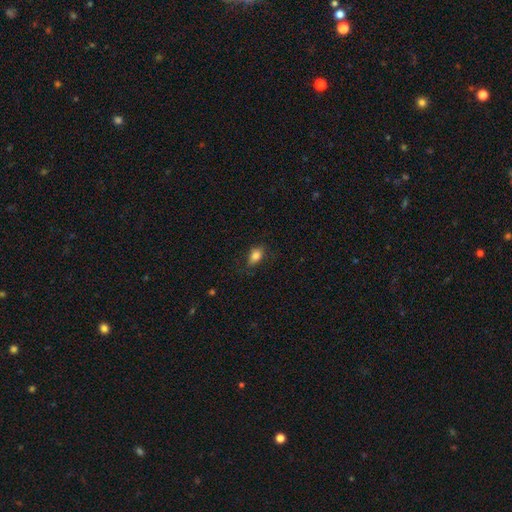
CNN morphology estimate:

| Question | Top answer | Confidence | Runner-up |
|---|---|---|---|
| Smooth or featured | smooth | 82% | star or artifact (9%) |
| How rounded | in between | 83% | round (14%) |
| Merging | none | 78% | minor disturbance (17%) |